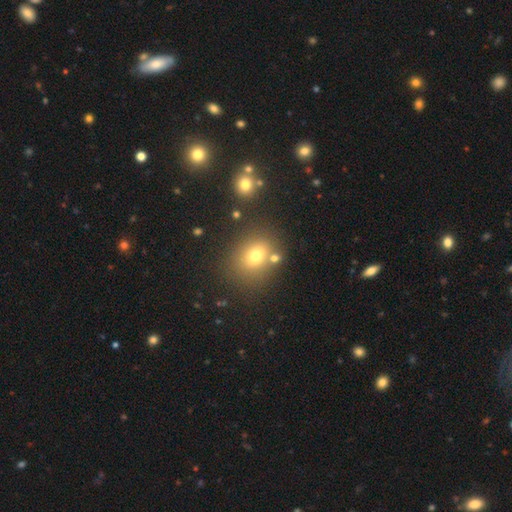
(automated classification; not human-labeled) smooth 71%, star or artifact 16%, featured or disk 13%. Down the decision tree: how rounded — round (59%); merging — none (73%).